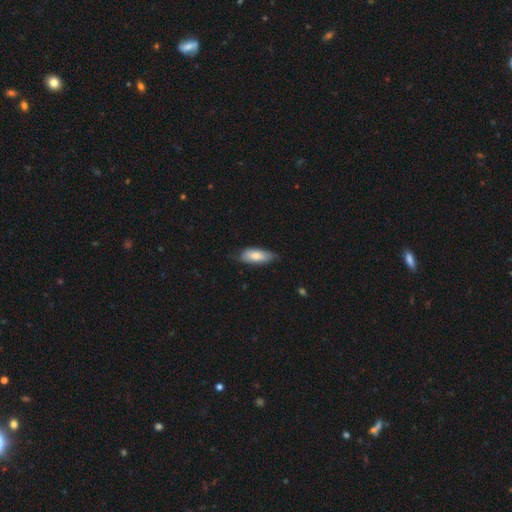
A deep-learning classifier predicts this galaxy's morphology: Smooth or featured? Predicted: smooth (p=0.73). How rounded? Predicted: in between (p=0.79). Merging? Predicted: none (p=0.64).